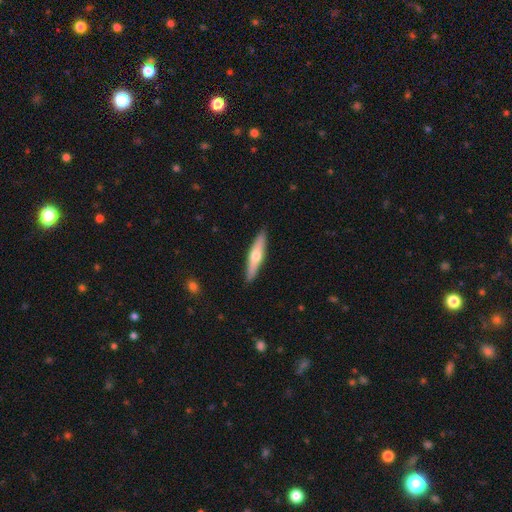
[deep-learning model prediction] The model was most divided on "smooth or featured": smooth: 50%, featured or disk: 45%, star or artifact: 5%. More confident: merging — none (90%).